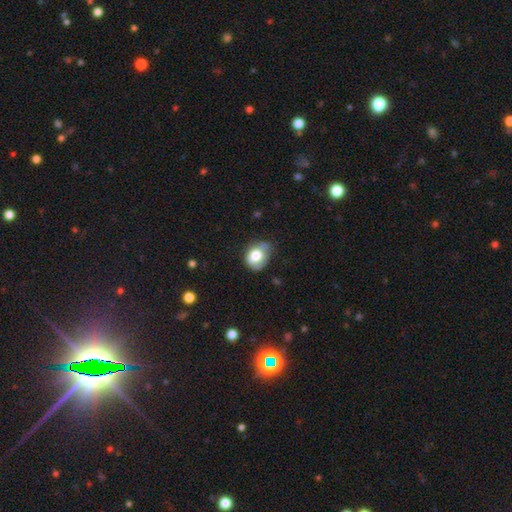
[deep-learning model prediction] A smooth galaxy with no disk features (74%) that is in between round and cigar-shaped (55%). Merging: none (42%).